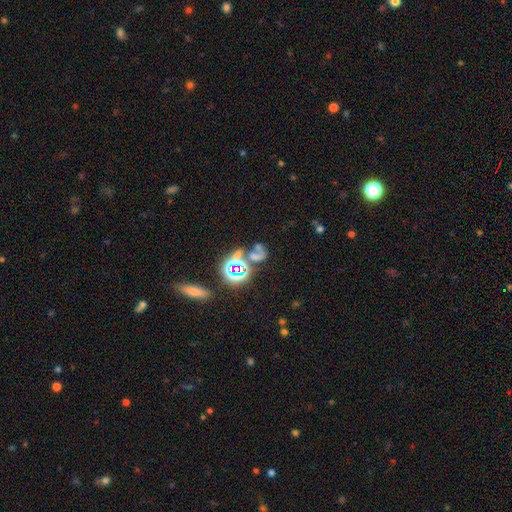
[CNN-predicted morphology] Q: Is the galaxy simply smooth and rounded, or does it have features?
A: star or artifact — 45%.